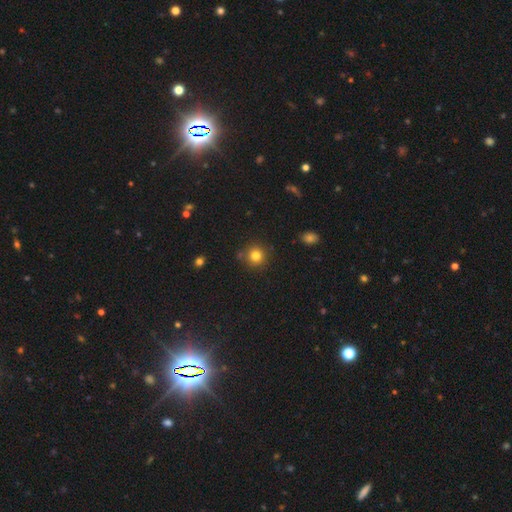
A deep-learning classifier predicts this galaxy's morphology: type=smooth (81%); roundness=round (93%); merging=none (84%).